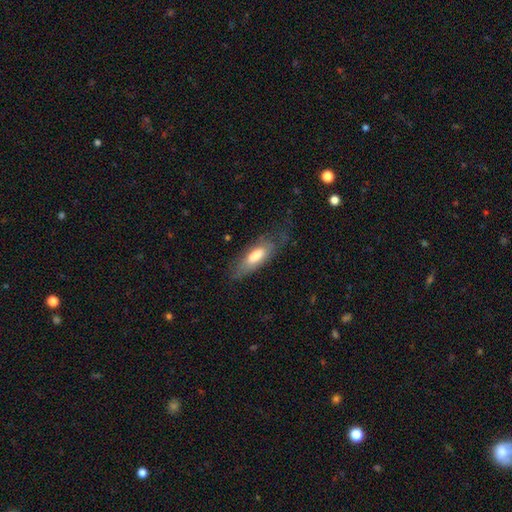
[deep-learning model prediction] smooth-or-featured: smooth: 66% | featured or disk: 28% | star or artifact: 6%
  how-rounded: in between: 65% | cigar-shaped: 33% | round: 2%
  merging: none: 58% | minor disturbance: 25% | major disturbance: 15% | merger: 2%